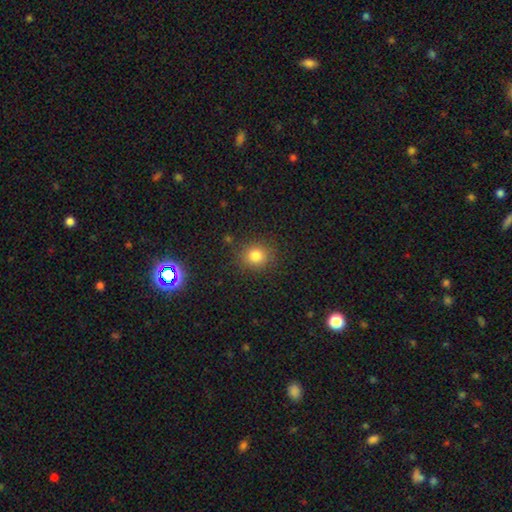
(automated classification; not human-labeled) Smooth or featured? Predicted: smooth (p=0.81). How rounded? Predicted: round (p=0.84). Merging? Predicted: none (p=0.87).